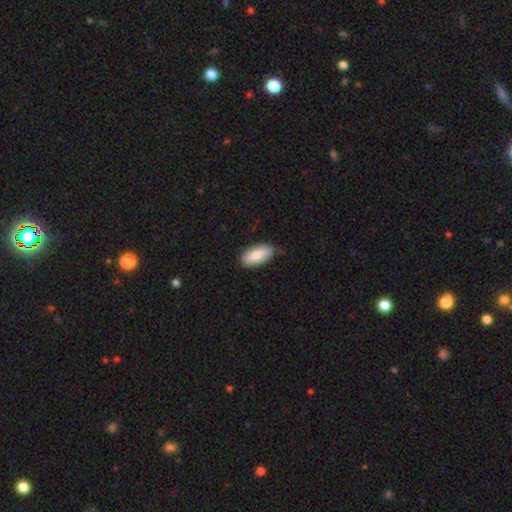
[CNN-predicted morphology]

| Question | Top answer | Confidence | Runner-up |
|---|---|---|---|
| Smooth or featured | smooth | 71% | featured or disk (23%) |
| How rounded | in between | 86% | cigar-shaped (11%) |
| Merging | none | 82% | minor disturbance (15%) |